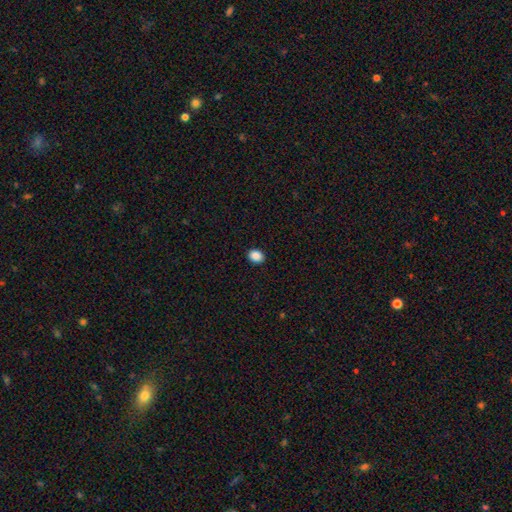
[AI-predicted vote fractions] Smooth or featured? Predicted: smooth (p=0.89). How rounded? Predicted: in between (p=0.52). Merging? Predicted: none (p=0.91).